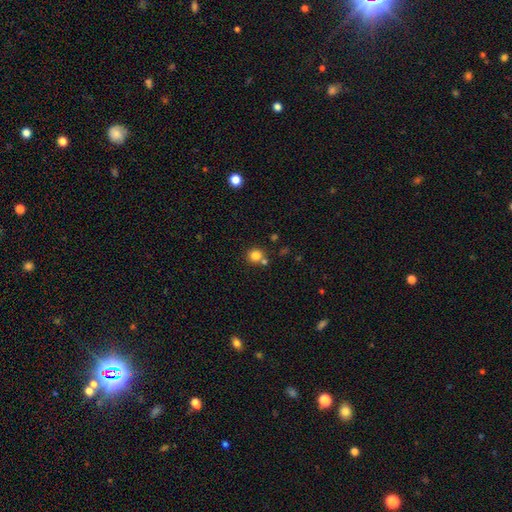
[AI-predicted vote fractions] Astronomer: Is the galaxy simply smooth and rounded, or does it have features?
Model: smooth — 81%.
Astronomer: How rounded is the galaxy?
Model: round — 90%.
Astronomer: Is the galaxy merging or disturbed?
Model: none — 68%.